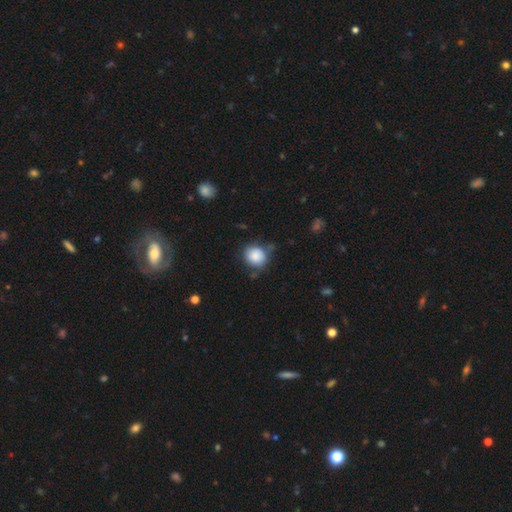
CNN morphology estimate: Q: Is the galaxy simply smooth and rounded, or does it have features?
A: smooth — 86%.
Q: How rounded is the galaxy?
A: round — 82%.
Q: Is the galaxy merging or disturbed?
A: none — 66%.